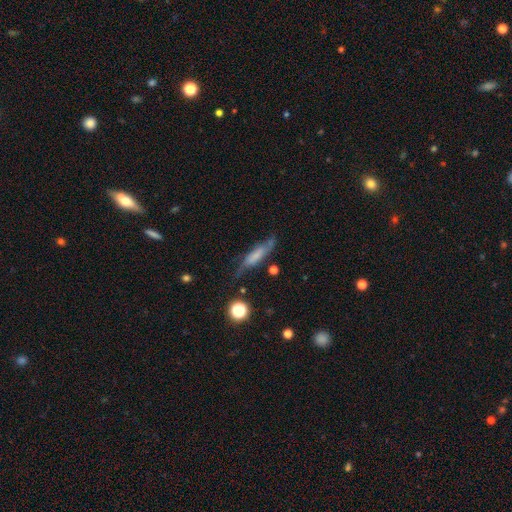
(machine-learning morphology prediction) Smooth or featured? Predicted: featured or disk (p=0.47). Merging? Predicted: none (p=0.59).